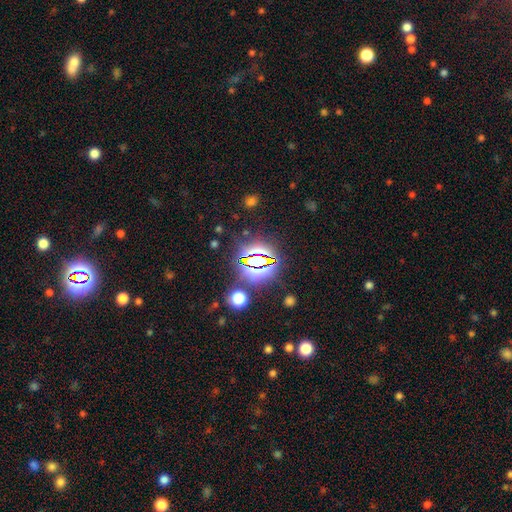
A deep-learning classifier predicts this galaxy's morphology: star or artifact 79%, smooth 13%, featured or disk 8%.